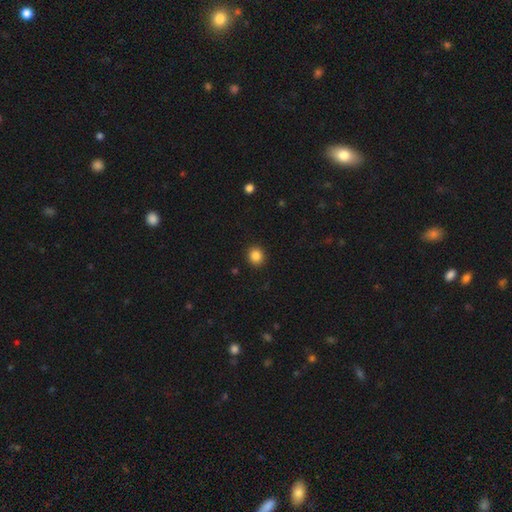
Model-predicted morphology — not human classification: Smooth or featured? Predicted: smooth (p=0.86). How rounded? Predicted: round (p=0.84). Merging? Predicted: none (p=0.91).